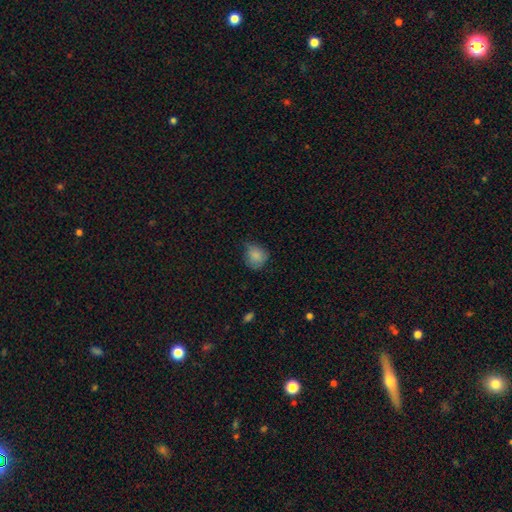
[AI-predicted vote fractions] Smooth or featured: smooth — 84% (star or artifact — 9%)
How rounded: round — 75% (in between — 24%)
Merging: none — 56% (minor disturbance — 34%)